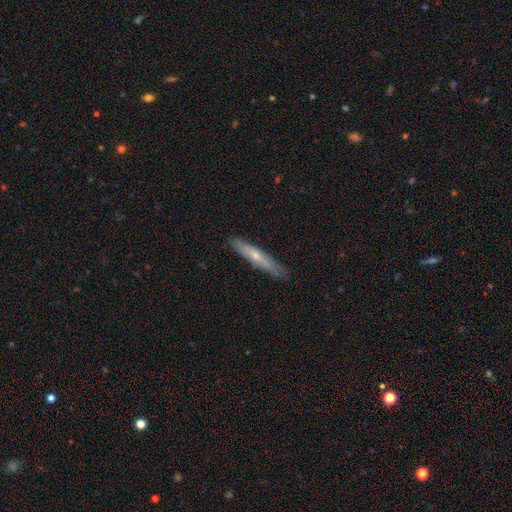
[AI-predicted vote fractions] The model was most divided on "smooth or featured": smooth: 48%, featured or disk: 46%, star or artifact: 6%. More confident: merging — none (87%).